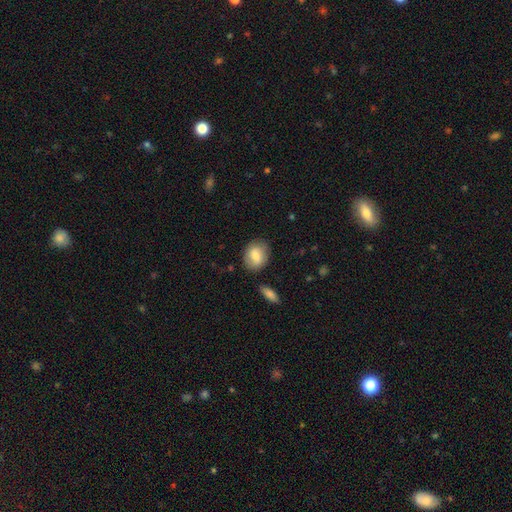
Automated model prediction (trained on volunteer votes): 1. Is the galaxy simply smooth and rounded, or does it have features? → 79% smooth, 15% featured or disk, 7% star or artifact.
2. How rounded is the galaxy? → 60% in between, 39% round, 1% cigar-shaped.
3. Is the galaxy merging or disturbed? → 79% none, 14% minor disturbance, 4% major disturbance, 3% merger.